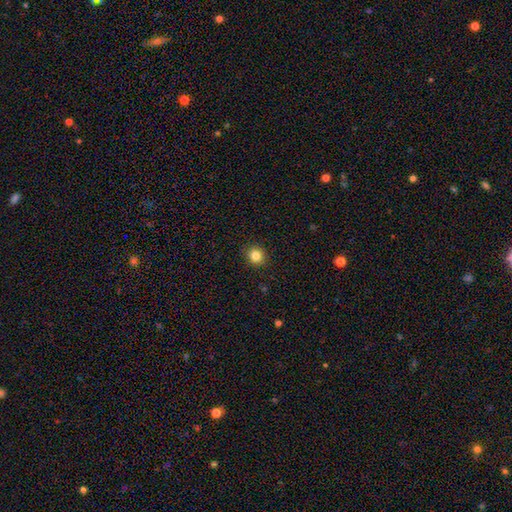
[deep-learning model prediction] Overall: smooth (84%). How rounded: round (87%). Merging: none (92%).